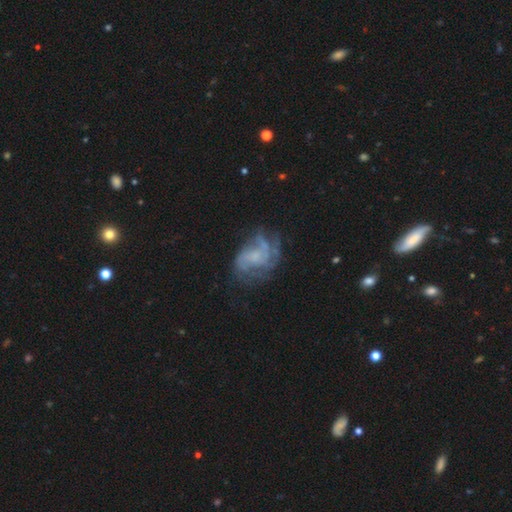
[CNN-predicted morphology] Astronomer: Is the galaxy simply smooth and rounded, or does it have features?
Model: featured or disk — 73%.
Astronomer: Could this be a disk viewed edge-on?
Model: no — 98%.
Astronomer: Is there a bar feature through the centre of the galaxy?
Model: no — 70%.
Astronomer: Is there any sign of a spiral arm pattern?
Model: yes — 83%.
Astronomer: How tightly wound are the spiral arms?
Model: medium — 41% (runner-up: tight, 30%).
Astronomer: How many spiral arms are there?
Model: can't tell — 35% (runner-up: 3, 22%).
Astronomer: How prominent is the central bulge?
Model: small — 38% (runner-up: none, 35%).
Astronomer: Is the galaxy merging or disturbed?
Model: none — 52%.